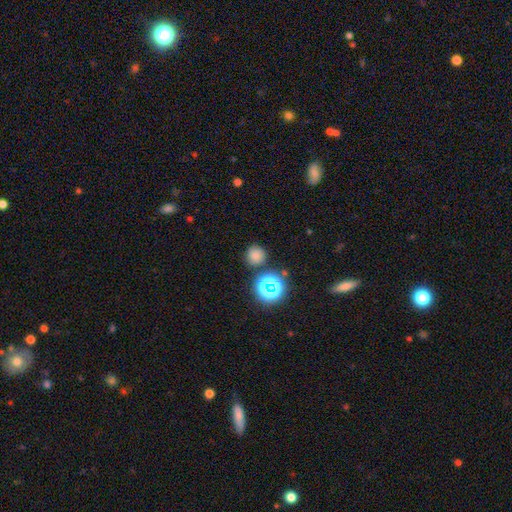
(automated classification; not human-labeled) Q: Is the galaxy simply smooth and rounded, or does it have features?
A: smooth — 73%.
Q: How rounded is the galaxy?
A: round — 92%.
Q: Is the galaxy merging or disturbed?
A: none — 83%.